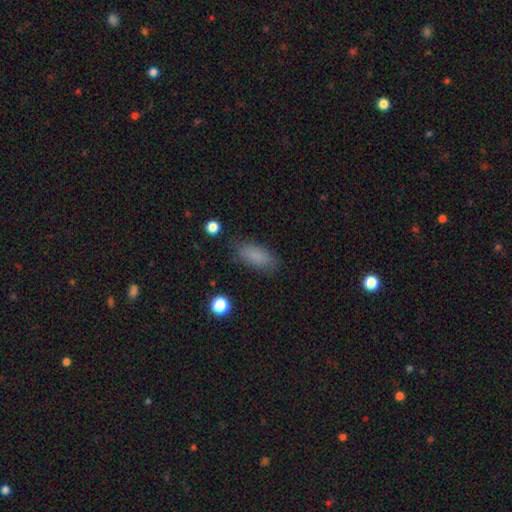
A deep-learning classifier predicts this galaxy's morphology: smooth-or-featured: smooth: 85% | star or artifact: 9% | featured or disk: 6%
  how-rounded: in between: 83% | cigar-shaped: 14% | round: 3%
  merging: none: 82% | minor disturbance: 13% | major disturbance: 4% | merger: 2%